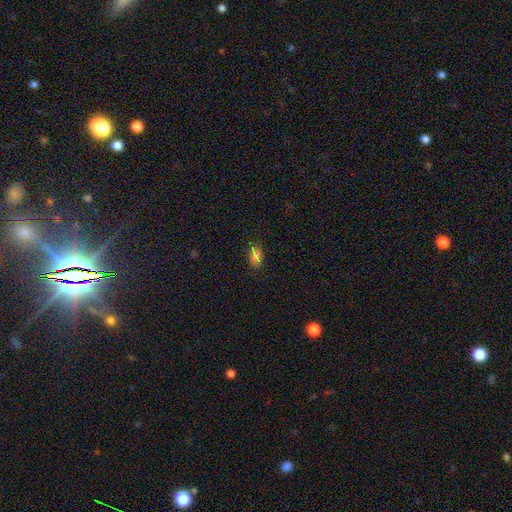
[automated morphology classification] type=smooth (69%); roundness=in between (87%); merging=none (84%).